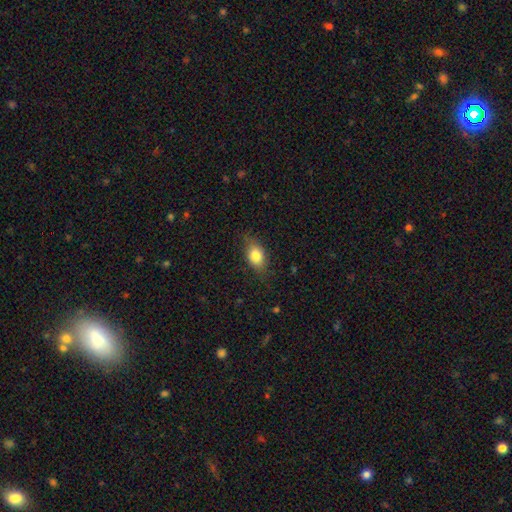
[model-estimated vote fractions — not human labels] A smooth galaxy with no disk features (80%) that is in between round and cigar-shaped (79%).

Vote fractions:
- Smooth or featured? smooth: 80% / featured or disk: 11% / star or artifact: 9%
- How rounded? in between: 79% / round: 17% / cigar-shaped: 3%
- Merging? none: 77% / minor disturbance: 18% / major disturbance: 4% / merger: 1%